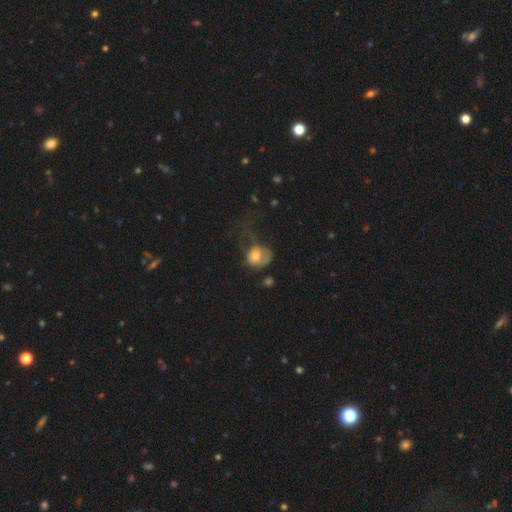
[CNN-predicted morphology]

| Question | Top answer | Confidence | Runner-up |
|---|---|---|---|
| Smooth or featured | smooth | 68% | featured or disk (23%) |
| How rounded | round | 57% | in between (42%) |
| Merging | major disturbance | 56% | minor disturbance (20%) |